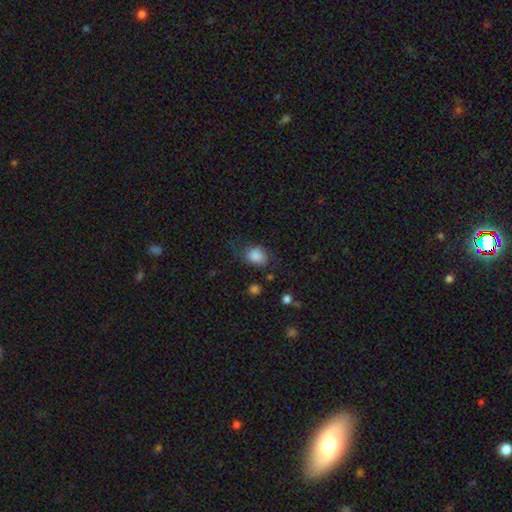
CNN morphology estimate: Smooth or featured? smooth (79%)
How rounded? in between (61%)
Merging? none (48%)